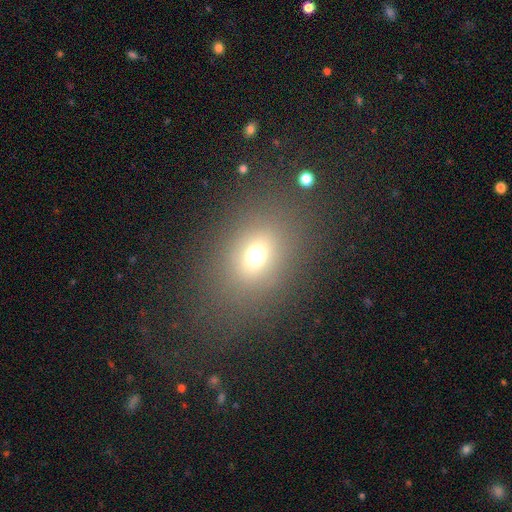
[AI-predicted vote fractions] Q: Smooth or featured?
A: smooth (68%); runner-up: star or artifact (20%)
Q: How rounded?
A: in between (56%); runner-up: round (42%)
Q: Merging?
A: none (77%); runner-up: minor disturbance (11%)